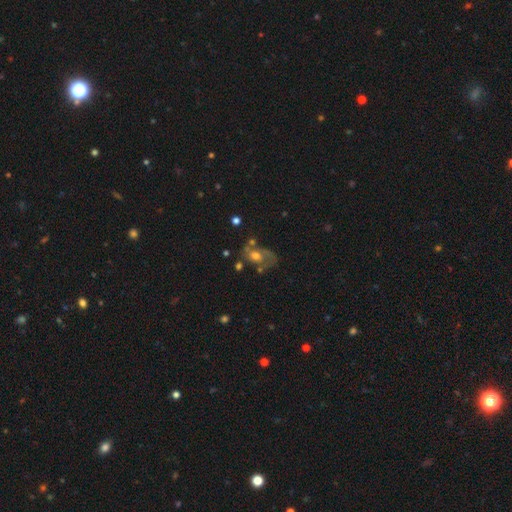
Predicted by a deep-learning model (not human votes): smooth-or-featured: featured or disk: 53% | smooth: 37% | star or artifact: 11%
  disk-edge-on: no: 95% | yes: 5%
  merging: none: 38% | major disturbance: 26% | minor disturbance: 23% | merger: 13%